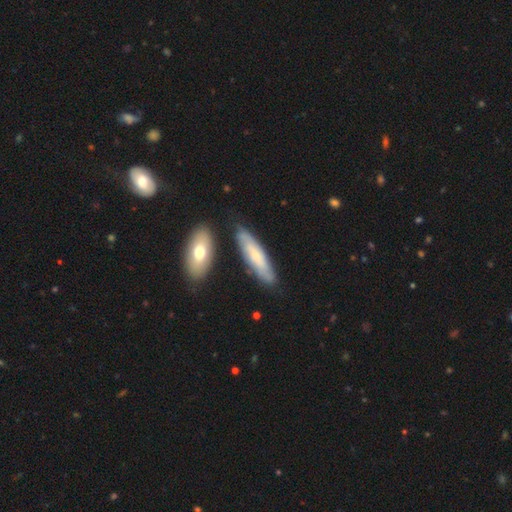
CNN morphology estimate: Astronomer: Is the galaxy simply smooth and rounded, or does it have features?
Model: smooth — 56% (runner-up: featured or disk, 38%).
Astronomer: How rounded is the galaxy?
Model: cigar-shaped — 70%.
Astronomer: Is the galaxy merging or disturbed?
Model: none — 76%.